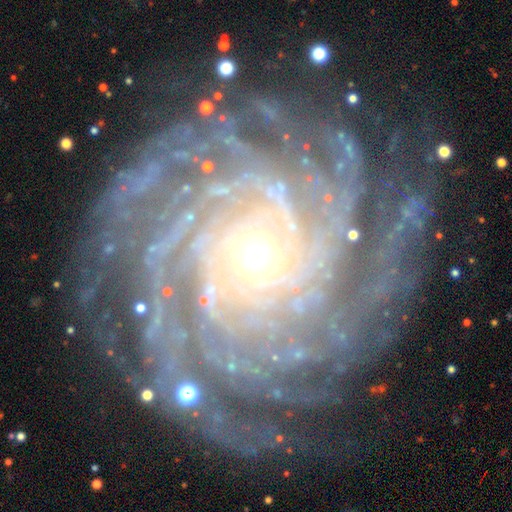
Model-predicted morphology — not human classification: smooth_or_featured: featured or disk (p=0.92) [alt: star or artifact p=0.05]
disk_edge_on: no (p=0.98) [alt: yes p=0.02]
bar: no (p=0.66) [alt: weak p=0.22]
has_spiral_arms: yes (p=0.99) [alt: no p=0.01]
spiral_winding: tight (p=0.86) [alt: medium p=0.11]
spiral_arm_count: more than 4 (p=0.43) [alt: 4 p=0.16]
bulge_size: small (p=0.59) [alt: moderate p=0.37]
merging: none (p=0.82) [alt: minor disturbance p=0.12]